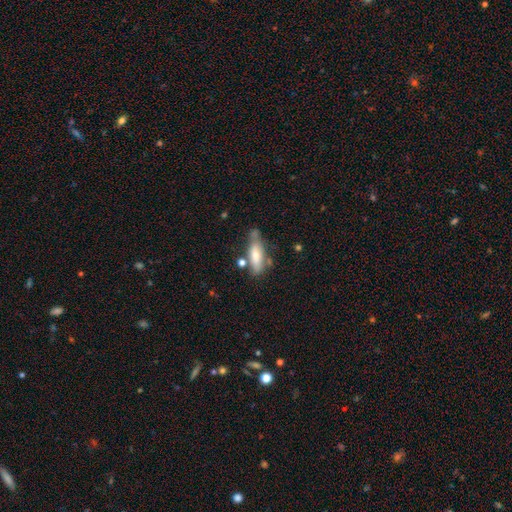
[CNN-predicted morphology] smooth-or-featured: smooth: 65% | featured or disk: 29% | star or artifact: 7%
  how-rounded: in between: 55% | cigar-shaped: 42% | round: 2%
  merging: none: 55% | minor disturbance: 24% | merger: 14% | major disturbance: 8%